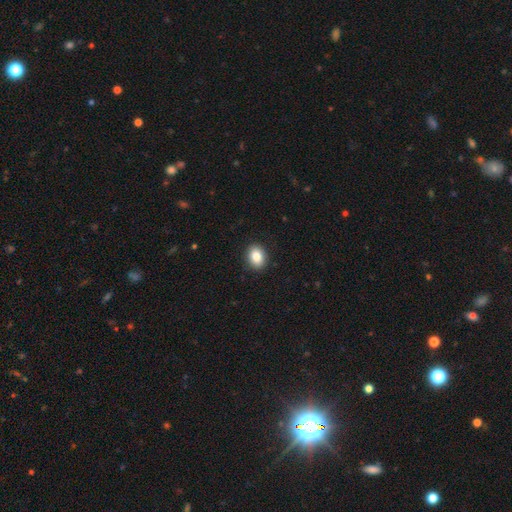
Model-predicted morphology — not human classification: The model was most divided on "how rounded": in between: 61%, round: 38%, cigar-shaped: 1%. More confident: merging — none (91%); smooth or featured — smooth (85%).